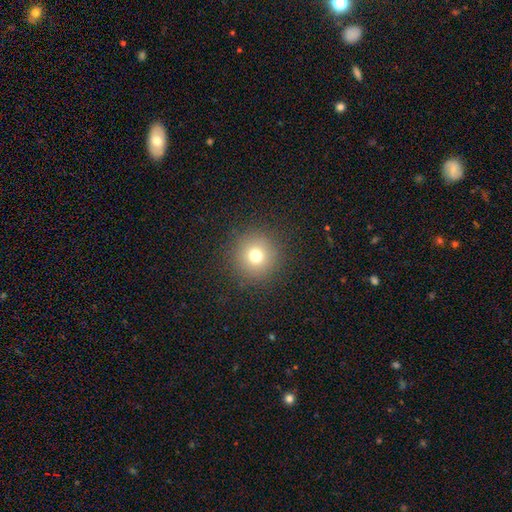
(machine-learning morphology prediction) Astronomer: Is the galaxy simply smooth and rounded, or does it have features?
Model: smooth — 74%.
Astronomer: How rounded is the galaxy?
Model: round — 95%.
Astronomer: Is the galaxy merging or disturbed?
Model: none — 90%.